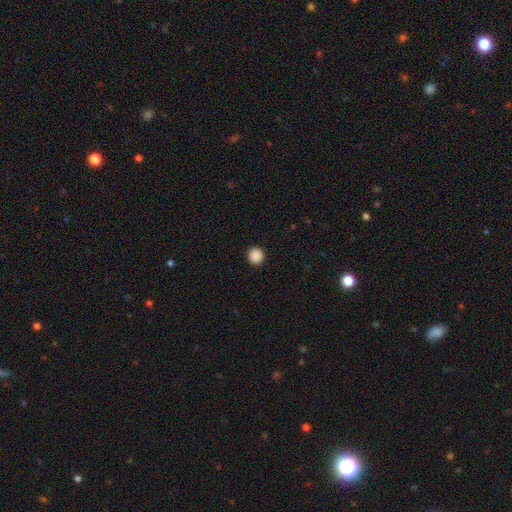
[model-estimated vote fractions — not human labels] Overall: smooth (89%). How rounded: round (93%). Merging: none (93%).